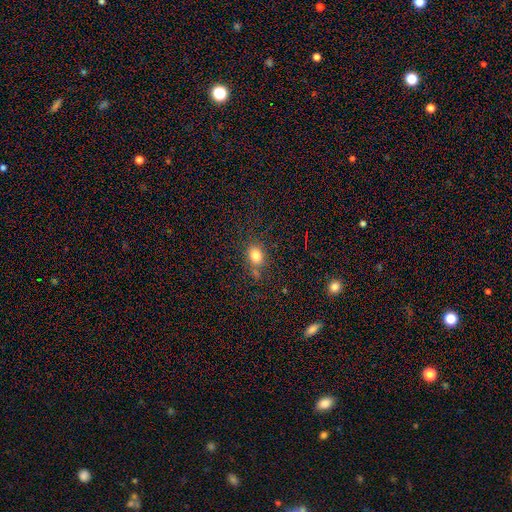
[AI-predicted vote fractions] This is likely a smooth galaxy (78%). How rounded: possibly in between (53%). Merging: likely none (71%).